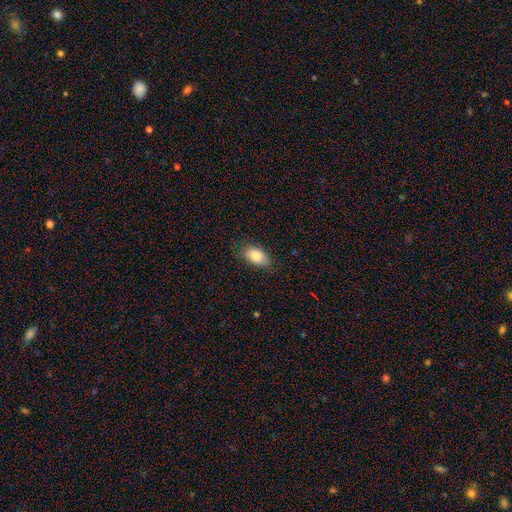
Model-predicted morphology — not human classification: The model was most divided on "merging": none: 78%, minor disturbance: 17%, major disturbance: 4%, merger: 1%. More confident: how rounded — in between (93%); smooth or featured — smooth (86%).